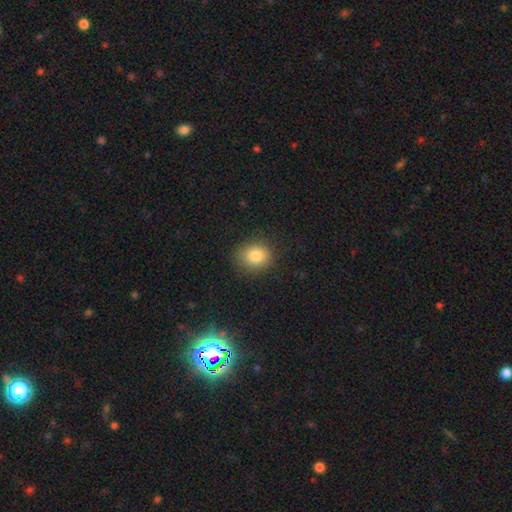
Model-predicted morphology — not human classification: A smooth galaxy with no disk features (82%) that is round (68%).

Vote fractions:
- Smooth or featured? smooth: 82% / star or artifact: 11% / featured or disk: 7%
- How rounded? round: 68% / in between: 32% / cigar-shaped: 1%
- Merging? none: 85% / minor disturbance: 11% / major disturbance: 3% / merger: 1%